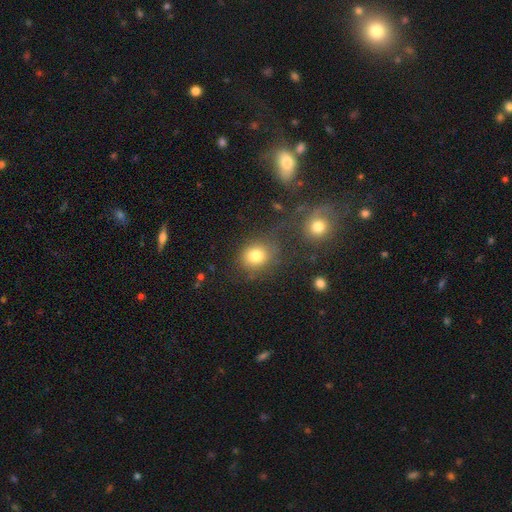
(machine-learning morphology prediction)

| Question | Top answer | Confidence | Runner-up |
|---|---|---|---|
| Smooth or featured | smooth | 80% | star or artifact (11%) |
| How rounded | round | 68% | in between (31%) |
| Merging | none | 65% | minor disturbance (15%) |